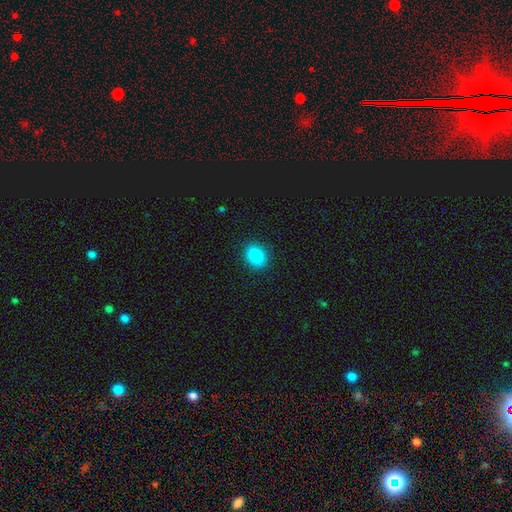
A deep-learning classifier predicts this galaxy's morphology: A smooth galaxy with no disk features (88%) that is in between round and cigar-shaped (57%).

Vote fractions:
- Smooth or featured? smooth: 88% / star or artifact: 9% / featured or disk: 3%
- How rounded? in between: 57% / round: 42% / cigar-shaped: 1%
- Merging? none: 89% / minor disturbance: 8% / major disturbance: 3% / merger: 1%